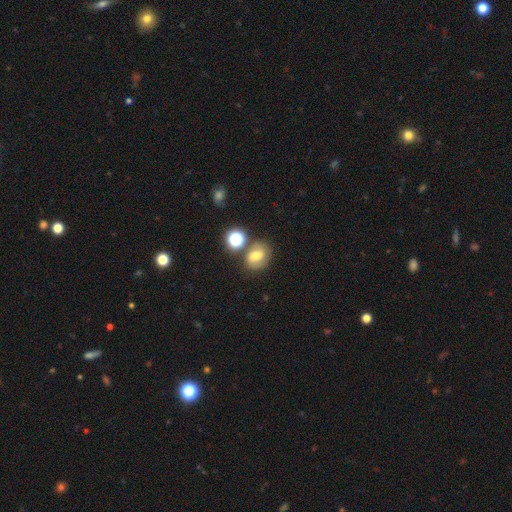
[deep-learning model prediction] A smooth galaxy with no disk features (48%). Merging: none (67%).